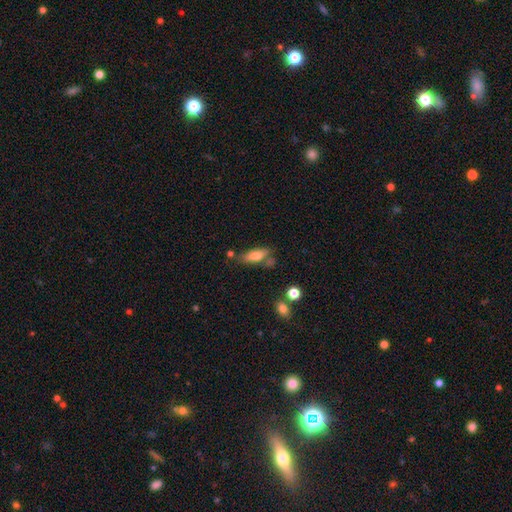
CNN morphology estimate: Smooth or featured? smooth (77%)
How rounded? in between (70%)
Merging? none (59%)